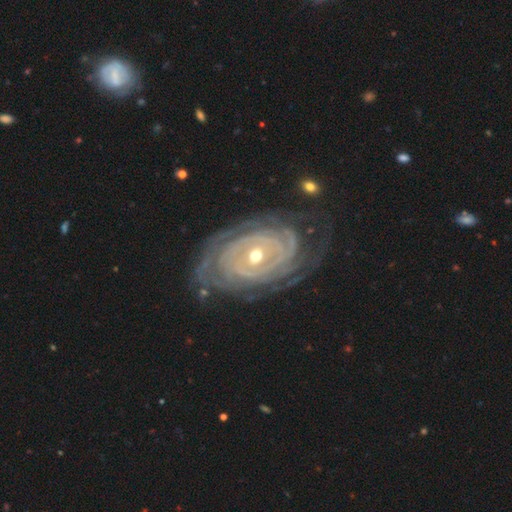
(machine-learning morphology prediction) smooth-or-featured: featured or disk: 91% | star or artifact: 5% | smooth: 4%
  disk-edge-on: no: 96% | yes: 4%
    bar: no: 64% | weak: 23% | strong: 13%
    has-spiral-arms: yes: 97% | no: 3%
      spiral-winding: tight: 86% | medium: 11% | loose: 3%
      spiral-arm-count: can't tell: 27% | 2: 24% | 3: 17% | 4: 14% | more than 4: 11% | 1: 7%
    bulge-size: moderate: 50% | small: 46% | large: 2% | none: 1% | dominant: 1%
  merging: none: 73% | minor disturbance: 17% | major disturbance: 8% | merger: 2%